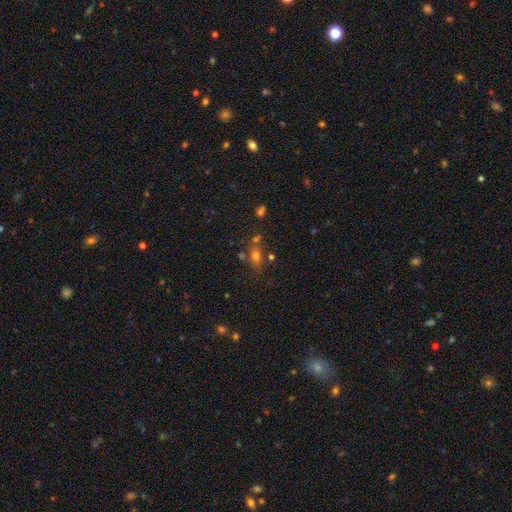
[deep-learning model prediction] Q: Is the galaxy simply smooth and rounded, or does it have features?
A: smooth — 68%.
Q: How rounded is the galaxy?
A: in between — 62%.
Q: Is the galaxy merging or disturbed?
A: none — 60%.